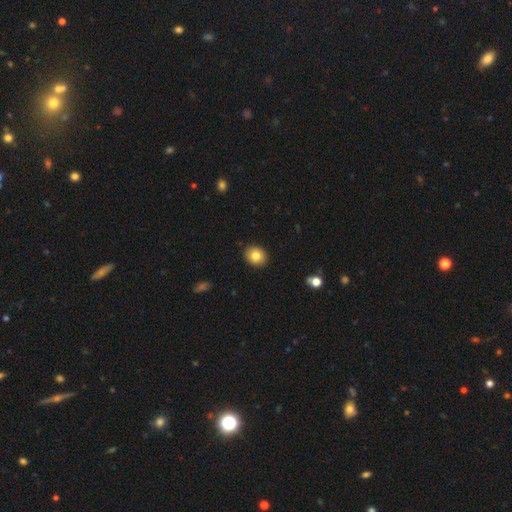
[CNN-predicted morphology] This is clearly a smooth galaxy (81%). How rounded: possibly round (56%). Merging: clearly none (90%).